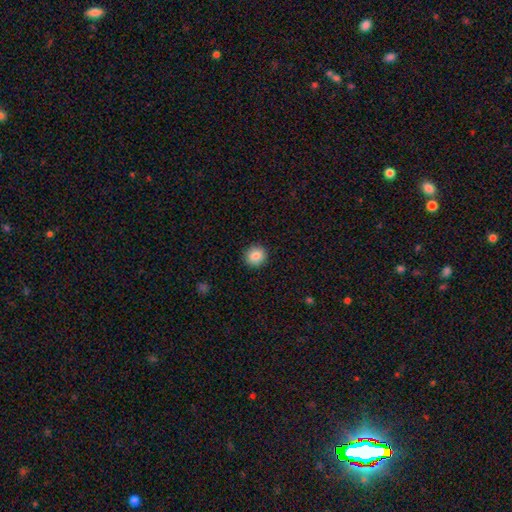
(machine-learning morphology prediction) smooth_or_featured: smooth (p=0.86) [alt: star or artifact p=0.09]
how_rounded: round (p=0.89) [alt: in between p=0.10]
merging: none (p=0.92) [alt: minor disturbance p=0.06]